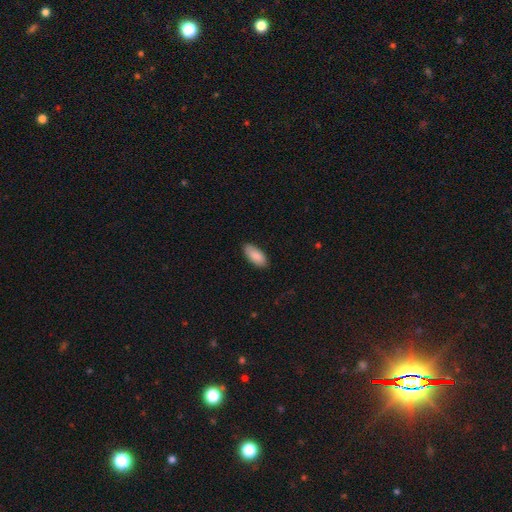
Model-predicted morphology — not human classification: This appears to be a smooth galaxy with no disk features (89%) that is in between round and cigar-shaped (89%). Merging: none (85%).